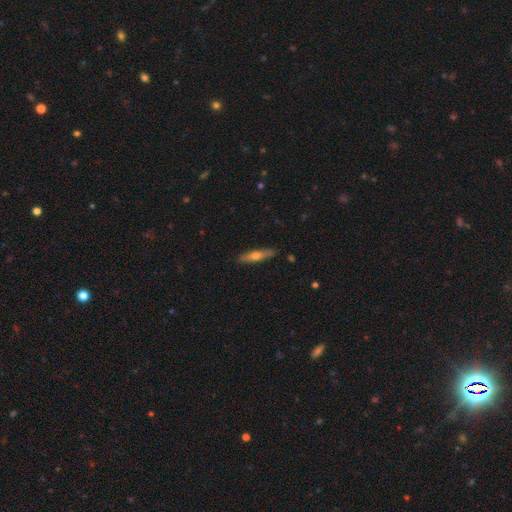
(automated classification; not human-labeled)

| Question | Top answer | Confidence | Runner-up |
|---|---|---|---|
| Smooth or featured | smooth | 49% | featured or disk (45%) |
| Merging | none | 89% | minor disturbance (8%) |